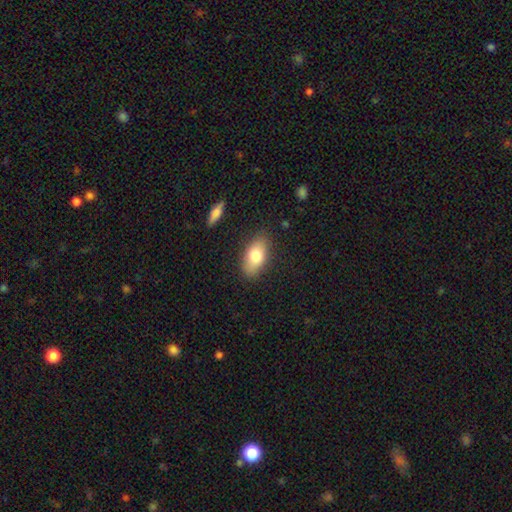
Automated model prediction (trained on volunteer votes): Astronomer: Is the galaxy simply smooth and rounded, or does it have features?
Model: smooth — 77%.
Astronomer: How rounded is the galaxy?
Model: in between — 90%.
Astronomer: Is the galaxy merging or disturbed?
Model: none — 82%.